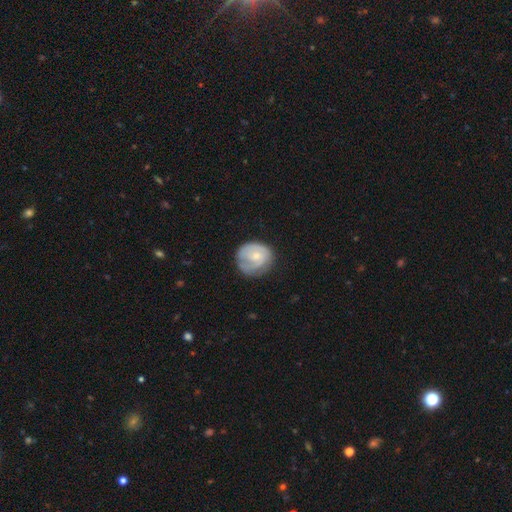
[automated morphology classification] Smooth or featured: featured or disk — 54% (smooth — 41%)
Edge-on disk: no — 98% (yes — 2%)
Bar: no — 70% (weak — 26%)
Spiral arms: yes — 74% (no — 26%)
Bulge size: small — 60% (moderate — 33%)
Merging: none — 60% (minor disturbance — 26%)